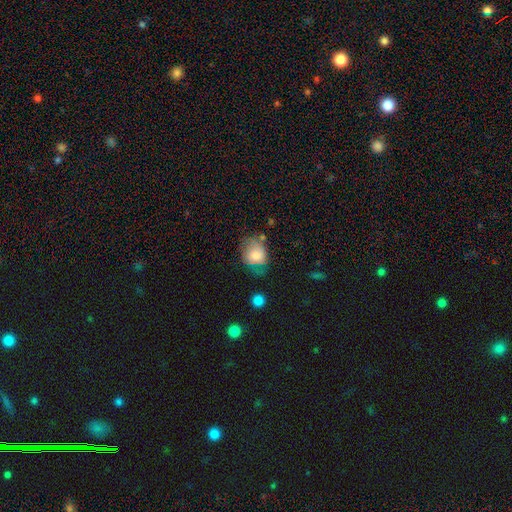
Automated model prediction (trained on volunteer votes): Overall: smooth (71%). How rounded: in between (51%; round 48%). Merging: none (43%; minor disturbance 33%).